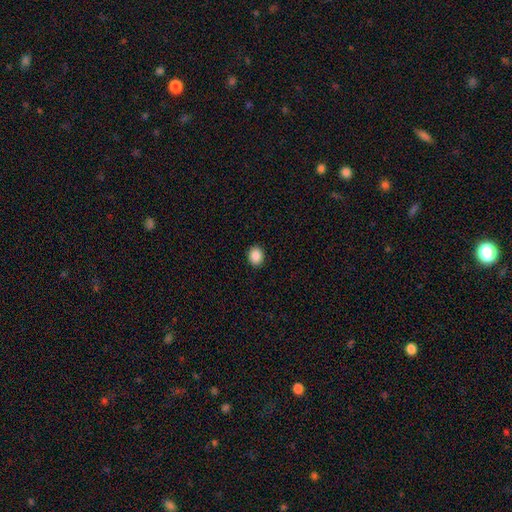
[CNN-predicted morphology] Overall: smooth (88%). How rounded: round (60%; in between 39%). Merging: none (91%).